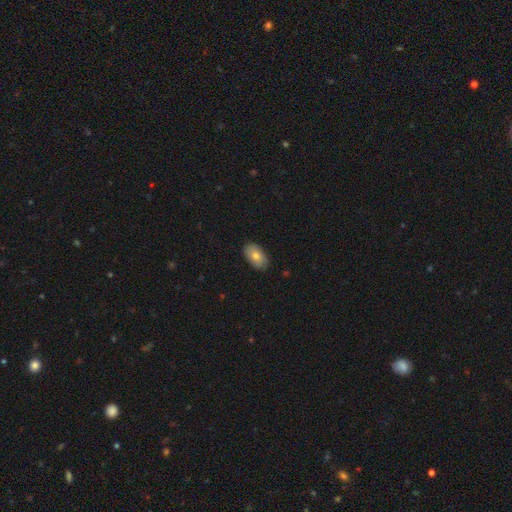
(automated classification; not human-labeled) This is likely a smooth galaxy (75%). How rounded: clearly in between (92%). Merging: clearly none (86%).